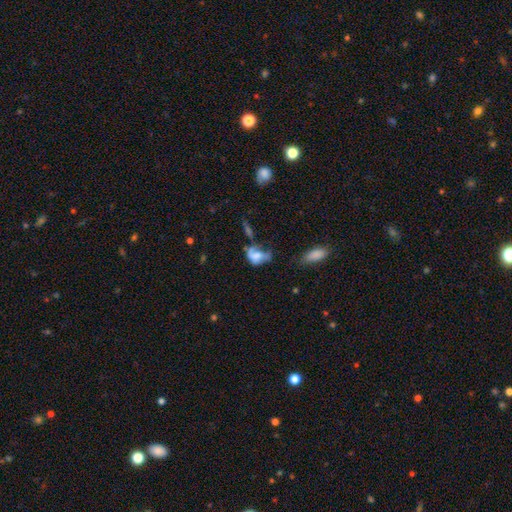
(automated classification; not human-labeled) smooth-or-featured: smooth: 52% | featured or disk: 37% | star or artifact: 11%
  how-rounded: in between: 80% | round: 17% | cigar-shaped: 3%
  merging: major disturbance: 35% | none: 23% | minor disturbance: 22% | merger: 20%